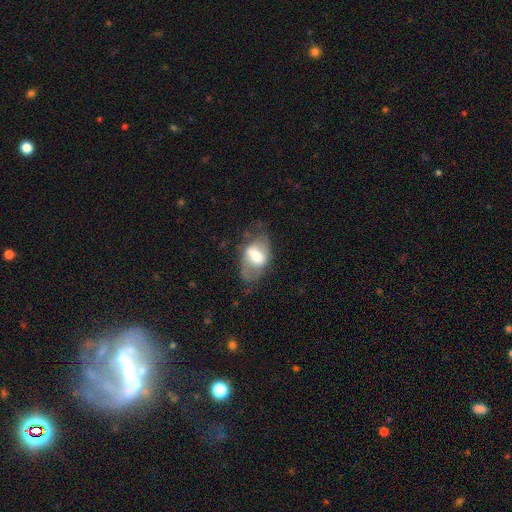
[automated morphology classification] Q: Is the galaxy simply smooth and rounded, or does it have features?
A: featured or disk — 48%.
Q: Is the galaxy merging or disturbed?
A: none — 50%.